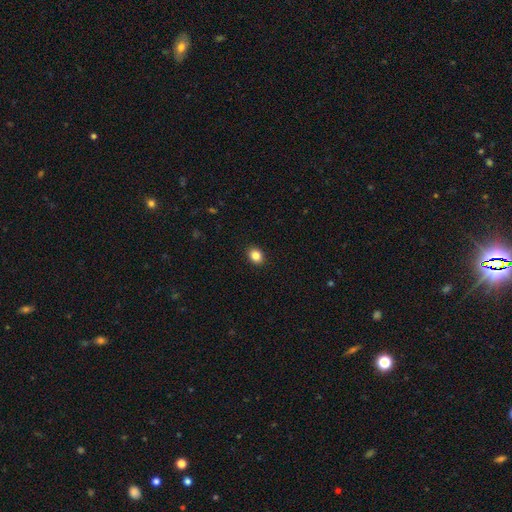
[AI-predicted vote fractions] Q: Smooth or featured?
A: smooth (85%); runner-up: star or artifact (10%)
Q: How rounded?
A: round (51%); runner-up: in between (48%)
Q: Merging?
A: none (91%); runner-up: minor disturbance (6%)